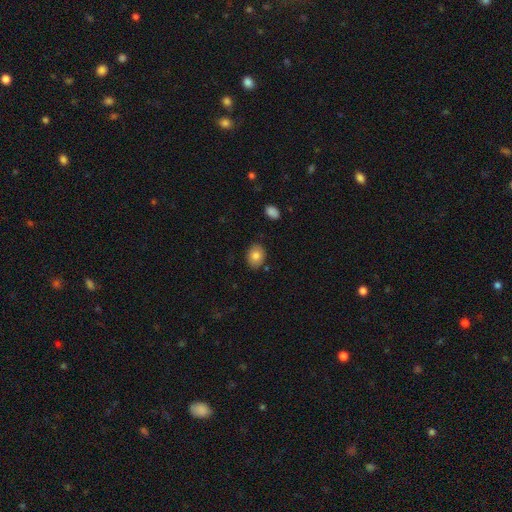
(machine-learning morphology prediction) Smooth or featured? smooth (82%)
How rounded? in between (67%)
Merging? none (84%)